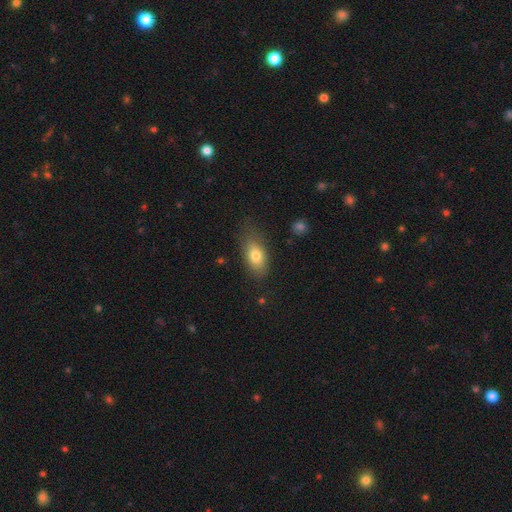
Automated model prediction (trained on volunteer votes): Smooth or featured? smooth (77%)
How rounded? in between (87%)
Merging? none (68%)